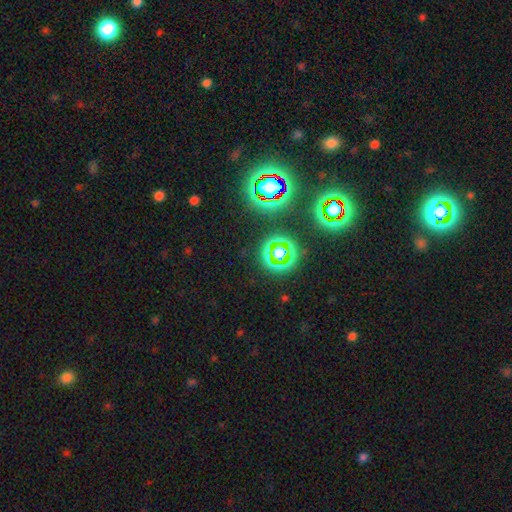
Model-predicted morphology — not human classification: Smooth or featured: star or artifact — 66% (smooth — 26%)